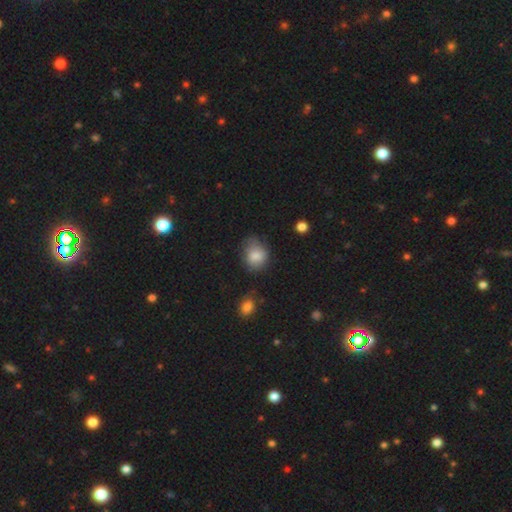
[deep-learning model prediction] smooth_or_featured: smooth (p=0.82) [alt: featured or disk p=0.10]
how_rounded: round (p=0.54) [alt: in between p=0.46]
merging: none (p=0.55) [alt: minor disturbance p=0.32]